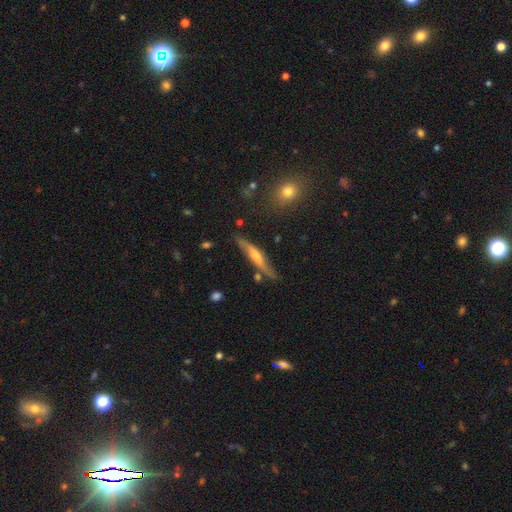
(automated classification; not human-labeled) Smooth or featured: featured or disk — 63% (smooth — 31%)
Edge-on disk: yes — 86% (no — 14%)
Edge-on bulge: rounded — 67% (none — 19%)
Merging: none — 74% (minor disturbance — 18%)